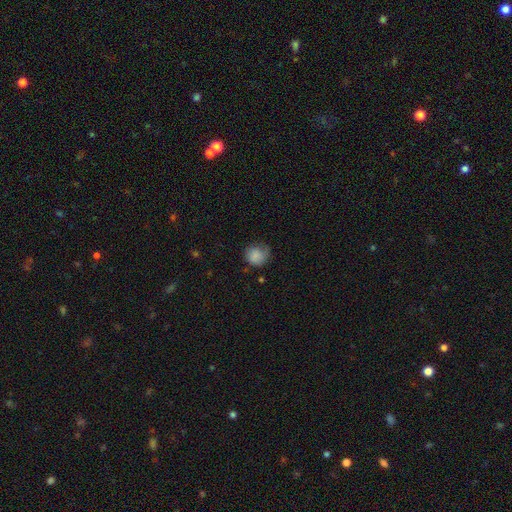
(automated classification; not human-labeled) Smooth or featured?
  - smooth: 80% *
  - featured or disk: 11%
  - star or artifact: 9%
How rounded?
  - round: 78% *
  - in between: 21%
  - cigar-shaped: 1%
Merging?
  - none: 52% *
  - minor disturbance: 32%
  - major disturbance: 14%
  - merger: 2%